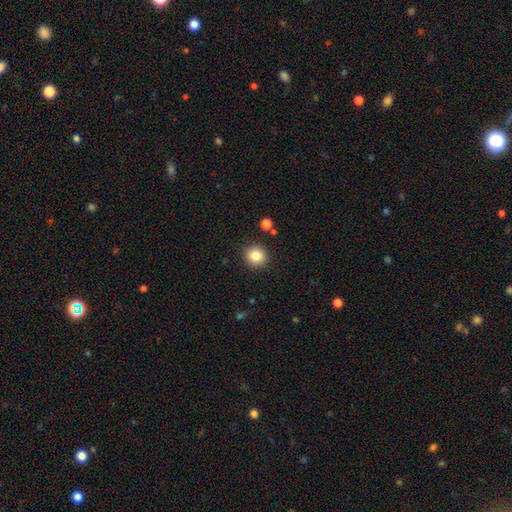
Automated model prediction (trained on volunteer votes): Overall: smooth (84%). How rounded: round (88%). Merging: none (89%).